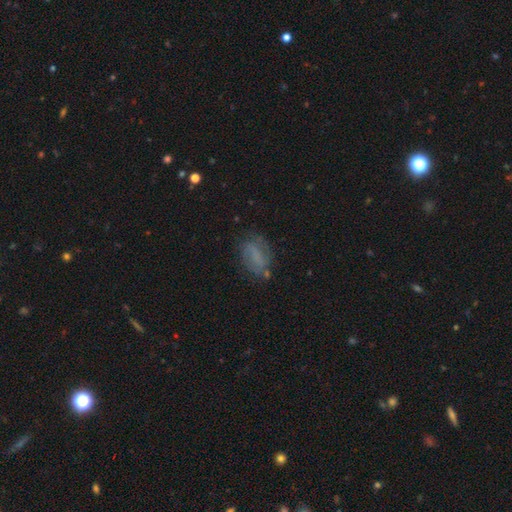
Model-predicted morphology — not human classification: Smooth or featured? smooth (53%)
How rounded? in between (83%)
Merging? none (64%)